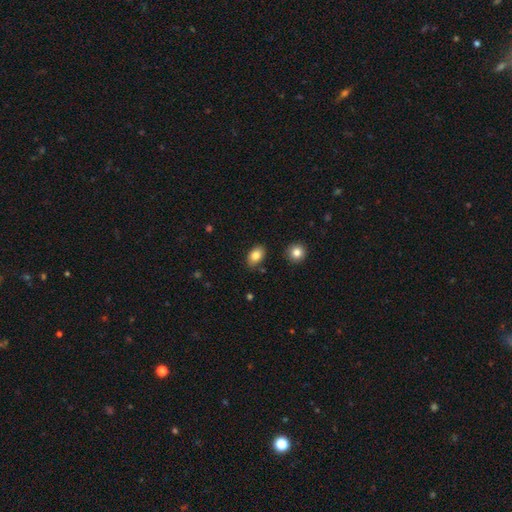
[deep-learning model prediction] A smooth galaxy with no disk features (84%) that is in between round and cigar-shaped (86%). Merging: none (82%).